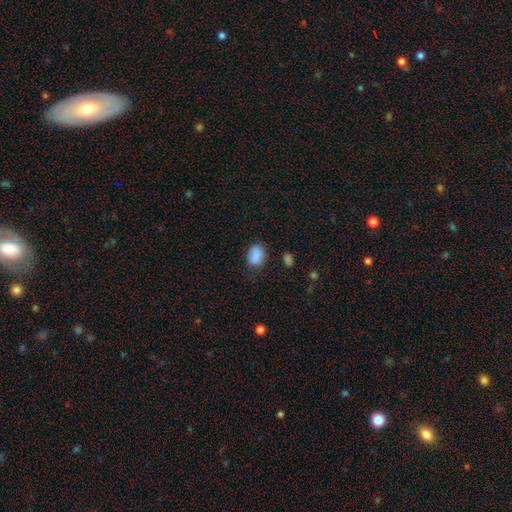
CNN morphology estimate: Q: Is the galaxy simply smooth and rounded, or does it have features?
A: smooth — 84%.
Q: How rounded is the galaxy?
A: in between — 72%.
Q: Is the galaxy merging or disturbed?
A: none — 71%.